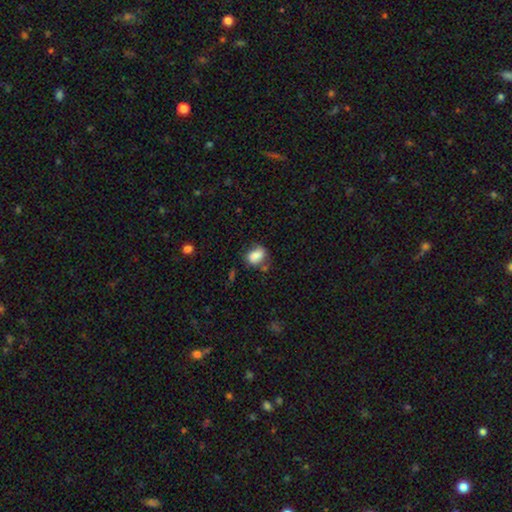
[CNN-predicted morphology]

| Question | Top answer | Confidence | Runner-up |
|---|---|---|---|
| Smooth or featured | smooth | 77% | featured or disk (14%) |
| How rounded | in between | 71% | round (27%) |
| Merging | none | 53% | minor disturbance (28%) |